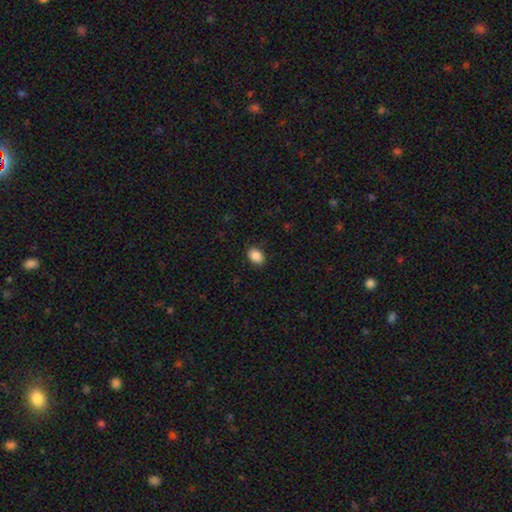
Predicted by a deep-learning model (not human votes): Smooth or featured? Predicted: smooth (p=0.87). How rounded? Predicted: in between (p=0.70). Merging? Predicted: none (p=0.87).